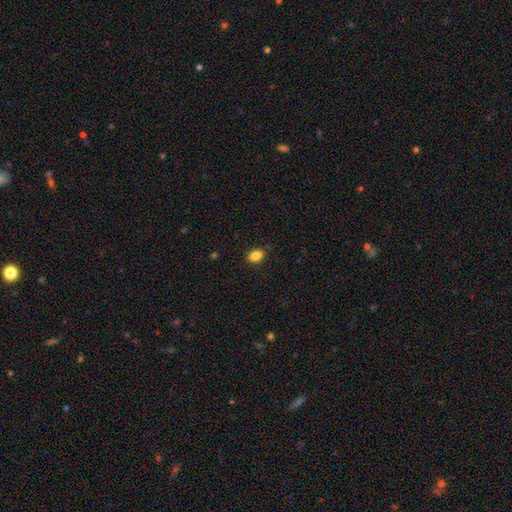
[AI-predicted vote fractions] Overall: smooth (86%). How rounded: in between (81%). Merging: none (88%).